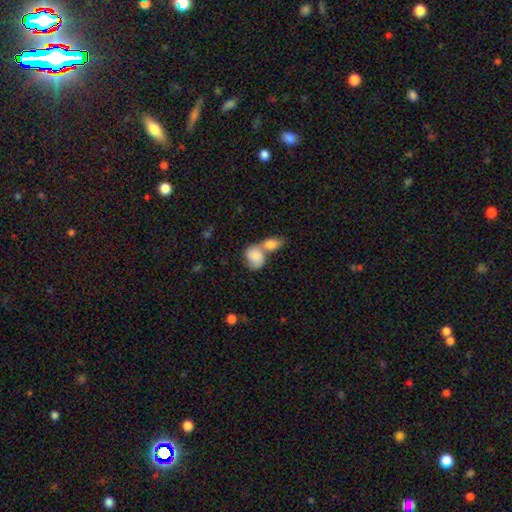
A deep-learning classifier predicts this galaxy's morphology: This is likely a smooth galaxy (78%). How rounded: possibly in between (56%). Merging: likely merger (72%).